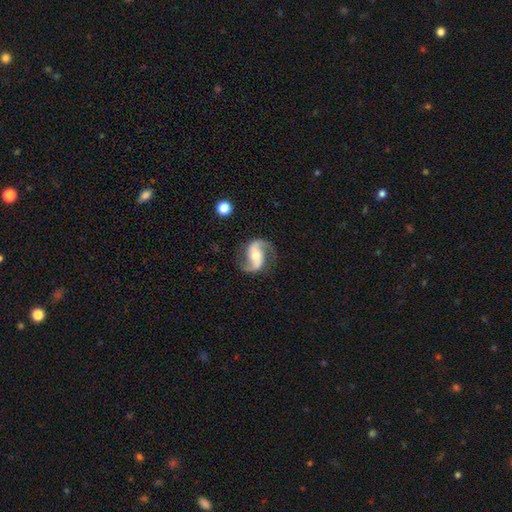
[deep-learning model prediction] Smooth or featured? Predicted: featured or disk (p=0.90). Edge-on disk? Predicted: no (p=0.98). Bar? Predicted: weak (p=0.34, tied with no). Spiral arms? Predicted: yes (p=0.98). Spiral winding? Predicted: loose (p=0.53). Spiral arm count? Predicted: 2 (p=0.94). Bulge size? Predicted: moderate (p=0.57). Merging? Predicted: none (p=0.81).